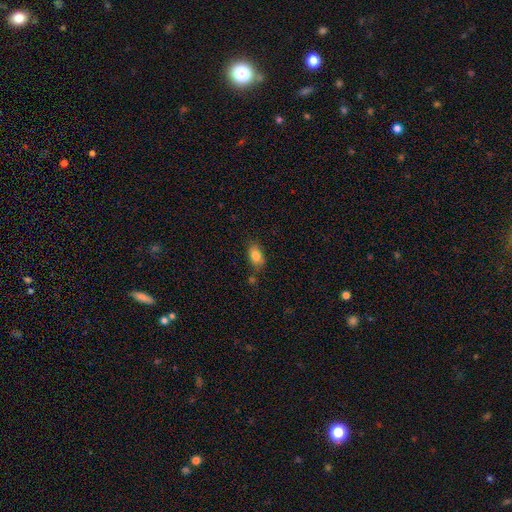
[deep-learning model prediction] The model was most divided on "merging": none: 73%, minor disturbance: 17%, merger: 6%, major disturbance: 4%. More confident: how rounded — in between (88%); smooth or featured — smooth (82%).